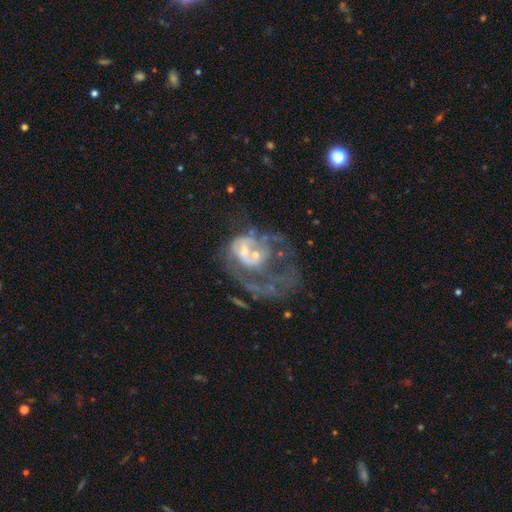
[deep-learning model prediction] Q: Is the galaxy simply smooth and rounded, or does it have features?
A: featured or disk — 69%.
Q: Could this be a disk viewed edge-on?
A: no — 97%.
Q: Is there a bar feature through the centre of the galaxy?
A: no — 73%.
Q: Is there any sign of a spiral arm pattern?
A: no — 54%.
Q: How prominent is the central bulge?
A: moderate — 42%.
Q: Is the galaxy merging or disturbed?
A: major disturbance — 41%.